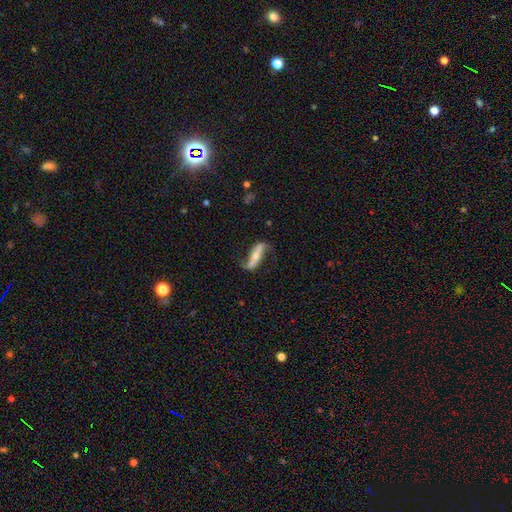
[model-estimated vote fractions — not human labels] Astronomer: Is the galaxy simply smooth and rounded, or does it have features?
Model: featured or disk — 71%.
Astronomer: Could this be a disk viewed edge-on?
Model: no — 72%.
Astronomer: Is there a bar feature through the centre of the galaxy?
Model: strong — 51% (runner-up: no, 31%).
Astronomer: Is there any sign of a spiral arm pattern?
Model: yes — 87%.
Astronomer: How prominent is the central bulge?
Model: small — 54% (runner-up: moderate, 33%).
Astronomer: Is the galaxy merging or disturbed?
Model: none — 68%.